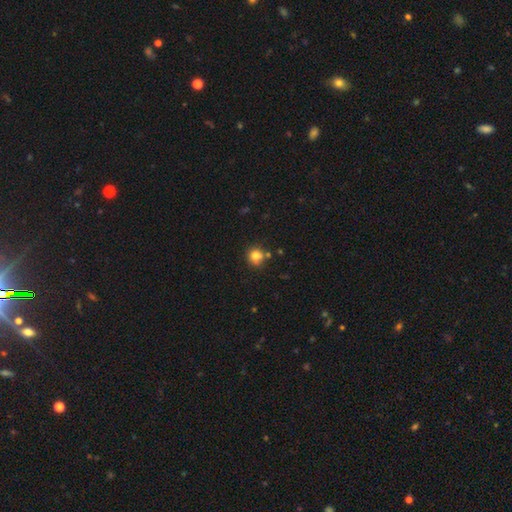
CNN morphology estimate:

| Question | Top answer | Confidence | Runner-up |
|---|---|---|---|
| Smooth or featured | smooth | 77% | star or artifact (13%) |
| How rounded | round | 86% | in between (13%) |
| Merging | none | 65% | merger (16%) |